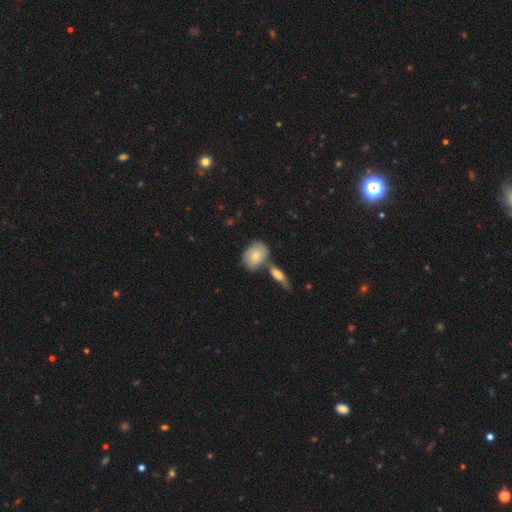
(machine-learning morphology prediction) A smooth galaxy with no disk features (71%) that is in between round and cigar-shaped (75%). Merging: none (49%).